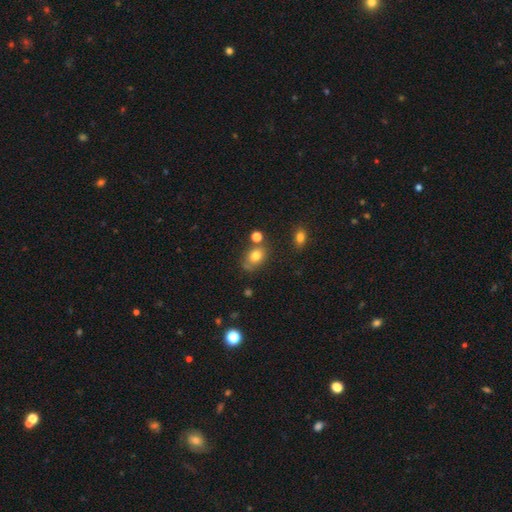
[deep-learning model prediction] Smooth or featured? smooth (77%)
How rounded? in between (62%)
Merging? none (59%)